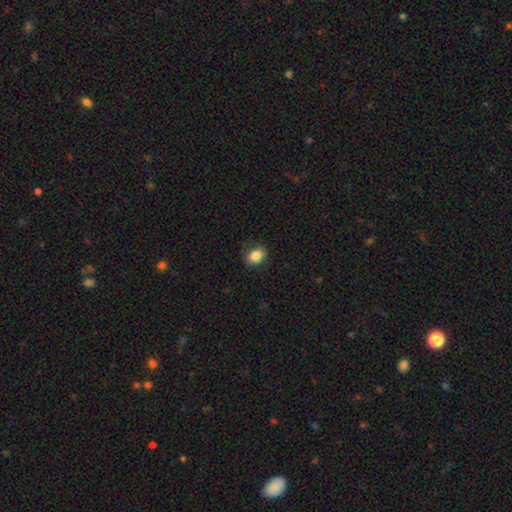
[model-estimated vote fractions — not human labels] smooth 86%, star or artifact 9%, featured or disk 5%. Down the decision tree: how rounded — in between (72%); merging — none (85%).